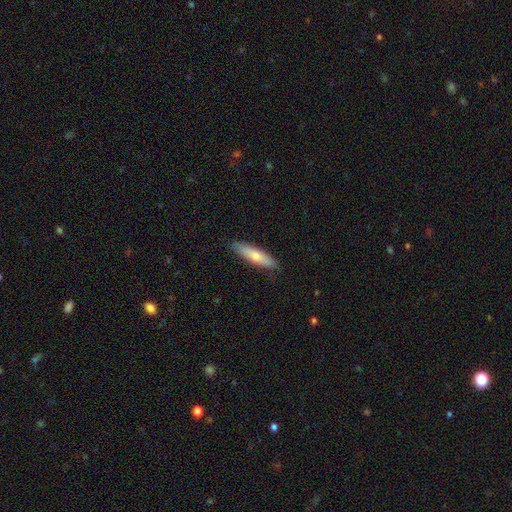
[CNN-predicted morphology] Smooth or featured?
  - smooth: 69% *
  - featured or disk: 26%
  - star or artifact: 5%
How rounded?
  - cigar-shaped: 76% *
  - in between: 22%
  - round: 2%
Merging?
  - none: 86% *
  - minor disturbance: 11%
  - major disturbance: 2%
  - merger: 1%